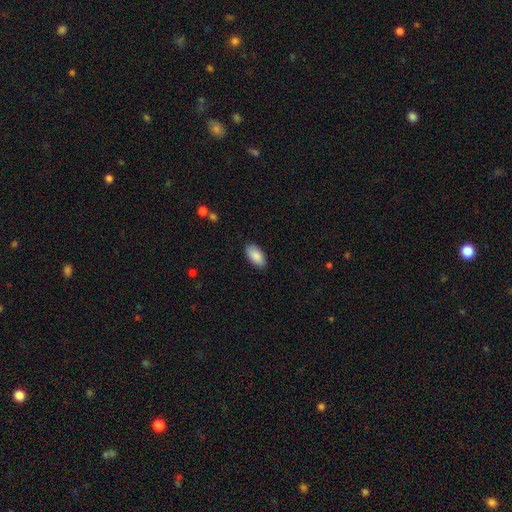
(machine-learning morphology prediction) smooth-or-featured: smooth: 88% | star or artifact: 6% | featured or disk: 5%
  how-rounded: in between: 94% | cigar-shaped: 4% | round: 2%
  merging: none: 88% | minor disturbance: 9% | major disturbance: 2% | merger: 1%